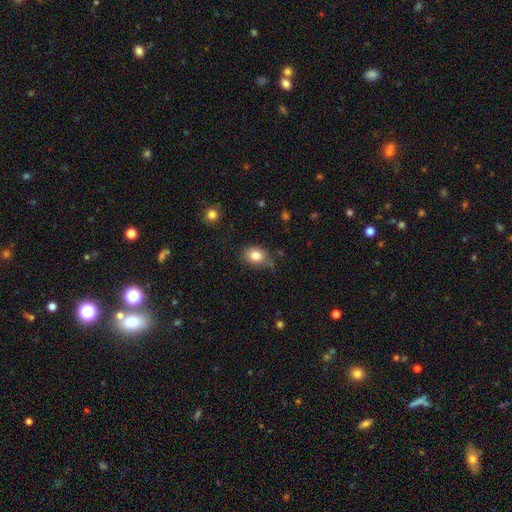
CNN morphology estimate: smooth-or-featured: smooth: 83% | star or artifact: 10% | featured or disk: 7%
  how-rounded: in between: 54% | round: 45% | cigar-shaped: 1%
  merging: none: 74% | minor disturbance: 19% | major disturbance: 4% | merger: 3%